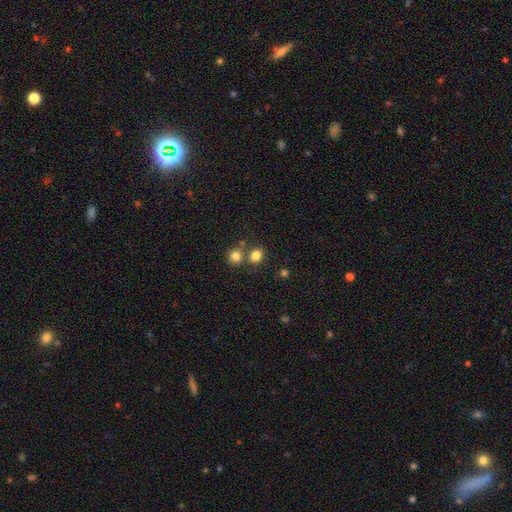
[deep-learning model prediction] The model was most divided on "how rounded": round: 55%, in between: 44%, cigar-shaped: 1%. More confident: smooth or featured — smooth (82%); merging — none (63%).